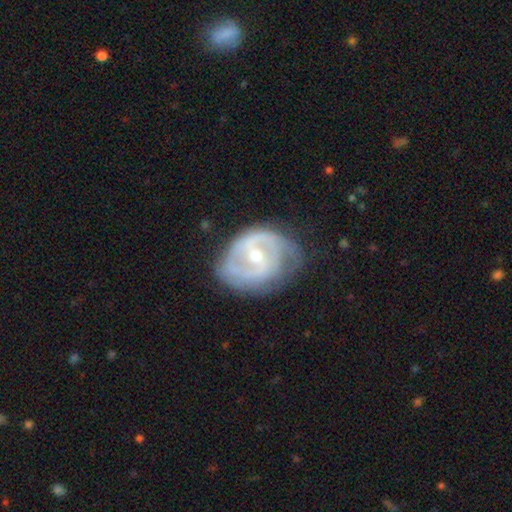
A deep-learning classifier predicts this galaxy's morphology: Q: Smooth or featured?
A: featured or disk (84%); runner-up: smooth (11%)
Q: Edge-on disk?
A: no (97%); runner-up: yes (3%)
Q: Bar?
A: weak (48%); runner-up: no (30%)
Q: Spiral arms?
A: yes (89%); runner-up: no (11%)
Q: Spiral winding?
A: medium (45%); runner-up: tight (37%)
Q: Spiral arm count?
A: 2 (65%); runner-up: can't tell (17%)
Q: Bulge size?
A: small (49%); runner-up: moderate (48%)
Q: Merging?
A: none (60%); runner-up: minor disturbance (26%)